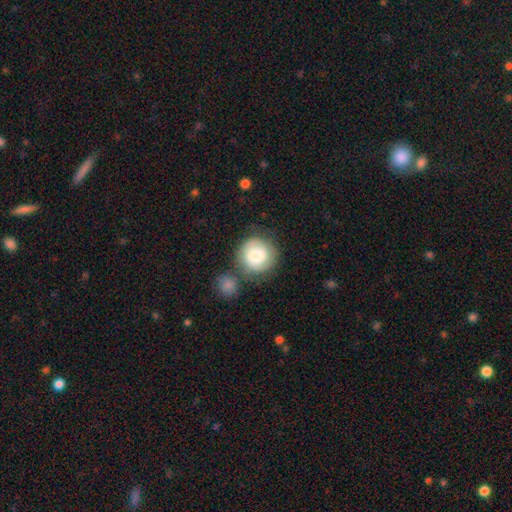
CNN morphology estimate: smooth-or-featured: smooth: 77% | featured or disk: 17% | star or artifact: 6%
  how-rounded: round: 92% | in between: 7% | cigar-shaped: 1%
  merging: none: 59% | merger: 19% | minor disturbance: 16% | major disturbance: 7%